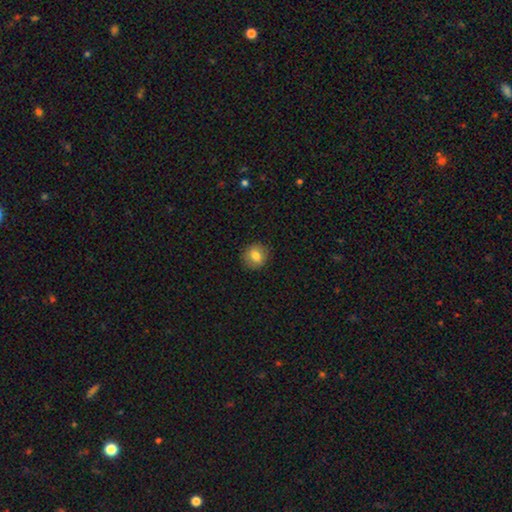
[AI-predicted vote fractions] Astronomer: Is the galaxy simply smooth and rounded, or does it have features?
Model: smooth — 79%.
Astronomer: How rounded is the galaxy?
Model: round — 87%.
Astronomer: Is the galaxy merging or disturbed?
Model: none — 89%.